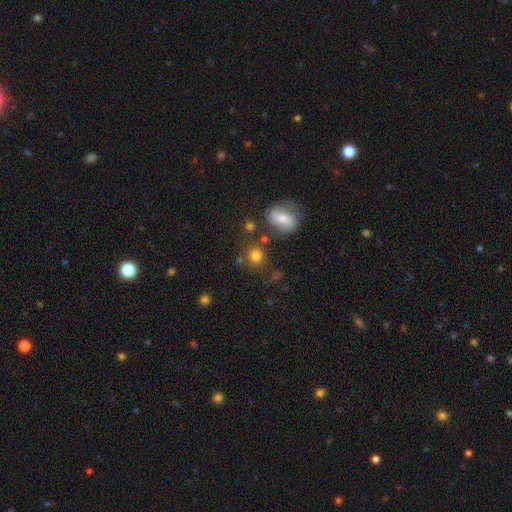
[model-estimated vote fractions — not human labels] This is likely a smooth galaxy (79%). How rounded: clearly round (86%). Merging: likely none (76%).